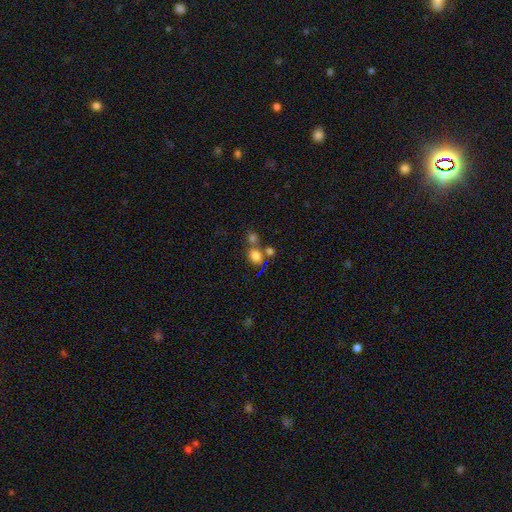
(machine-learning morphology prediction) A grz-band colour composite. It shows a smooth galaxy with no disk features (76%) that is round (80%). Merging: none (58%).